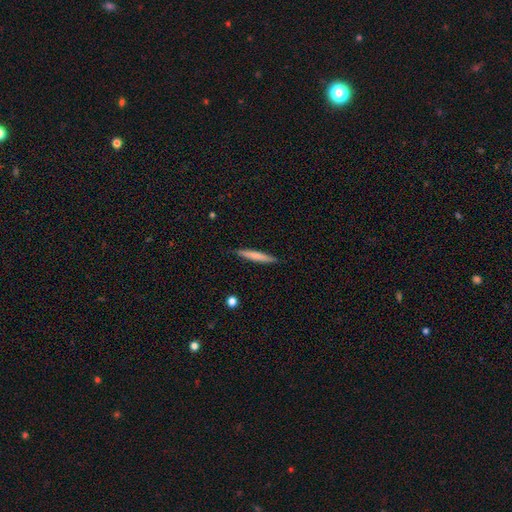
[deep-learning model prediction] smooth-or-featured: smooth: 69% | featured or disk: 25% | star or artifact: 6%
  how-rounded: cigar-shaped: 94% | in between: 5% | round: 1%
  merging: none: 88% | minor disturbance: 9% | major disturbance: 2% | merger: 1%